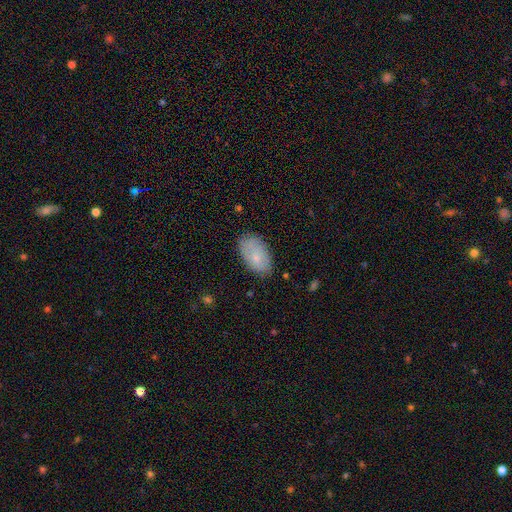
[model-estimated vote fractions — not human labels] This is likely a smooth galaxy (72%). How rounded: clearly in between (93%). Merging: likely none (76%).